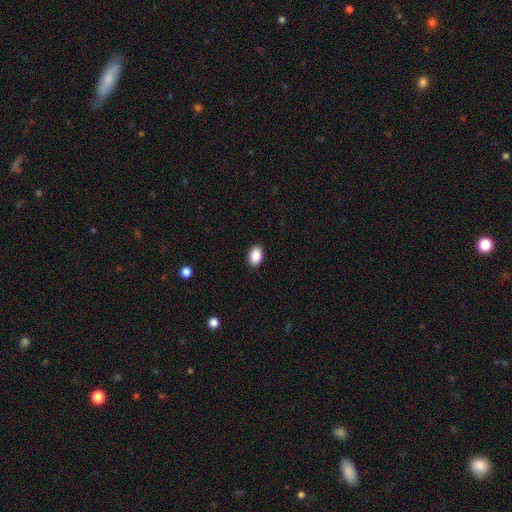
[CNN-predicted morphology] Smooth or featured: smooth — 89% (star or artifact — 8%)
How rounded: in between — 83% (round — 16%)
Merging: none — 89% (minor disturbance — 8%)